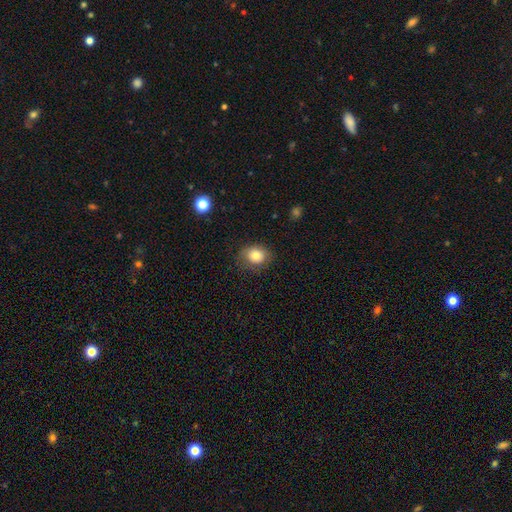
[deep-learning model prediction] The model was most divided on "how rounded": round: 58%, in between: 41%, cigar-shaped: 1%. More confident: smooth or featured — smooth (79%); merging — none (77%).